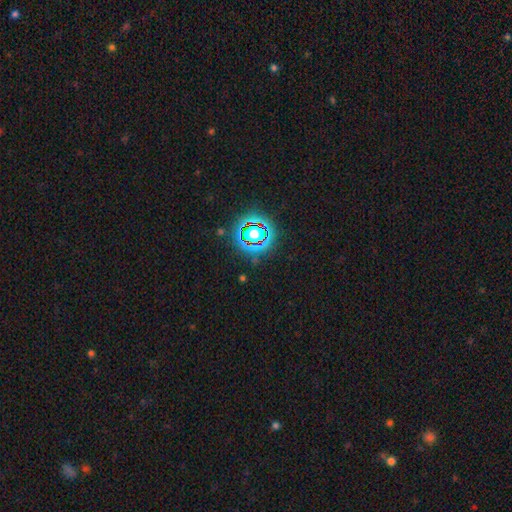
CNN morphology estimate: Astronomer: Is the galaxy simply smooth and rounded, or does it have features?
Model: star or artifact — 81%.